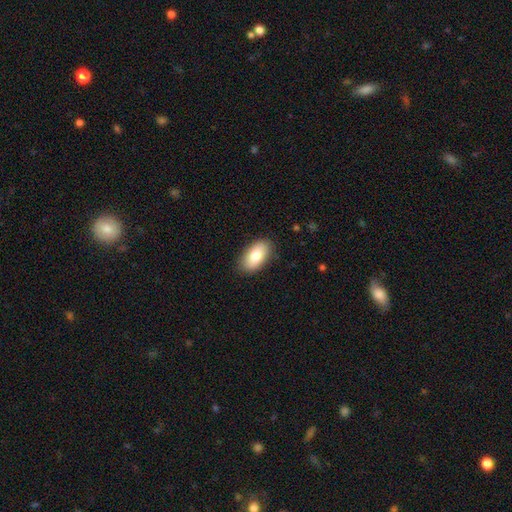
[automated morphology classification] Overall: smooth (82%). How rounded: in between (94%). Merging: none (87%).